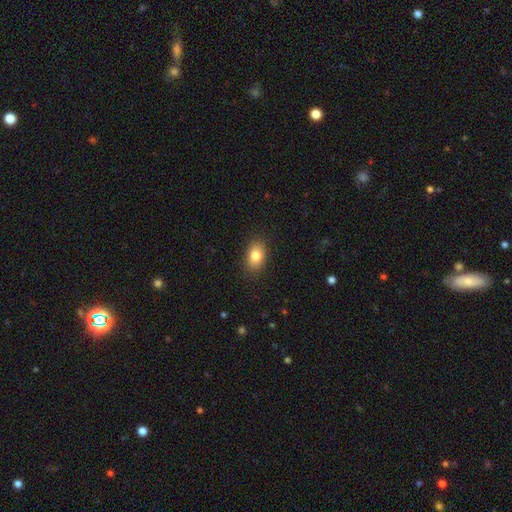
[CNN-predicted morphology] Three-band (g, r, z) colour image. It shows a smooth galaxy with no disk features (82%) that is in between round and cigar-shaped (83%). Merging: none (87%).